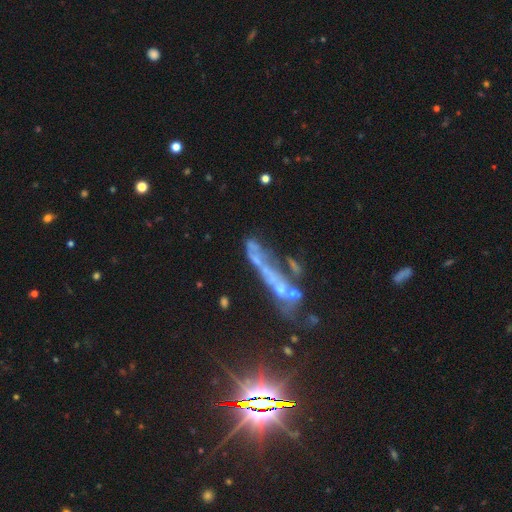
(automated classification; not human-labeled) Smooth or featured? Predicted: featured or disk (p=0.52). Edge-on disk? Predicted: no (p=0.80). Merging? Predicted: merger (p=0.43).